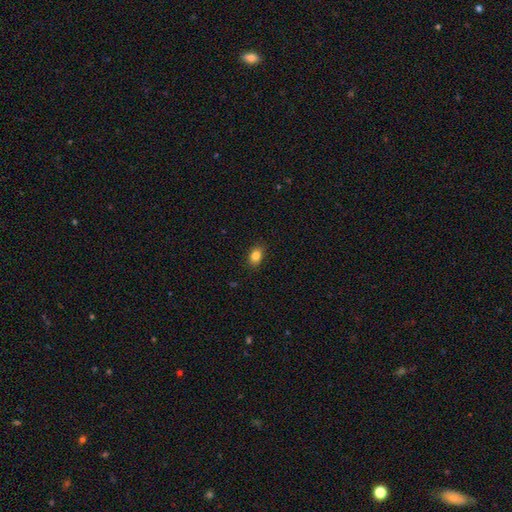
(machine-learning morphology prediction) smooth_or_featured: smooth (p=0.85) [alt: star or artifact p=0.10]
how_rounded: in between (p=0.77) [alt: round p=0.22]
merging: none (p=0.88) [alt: minor disturbance p=0.09]